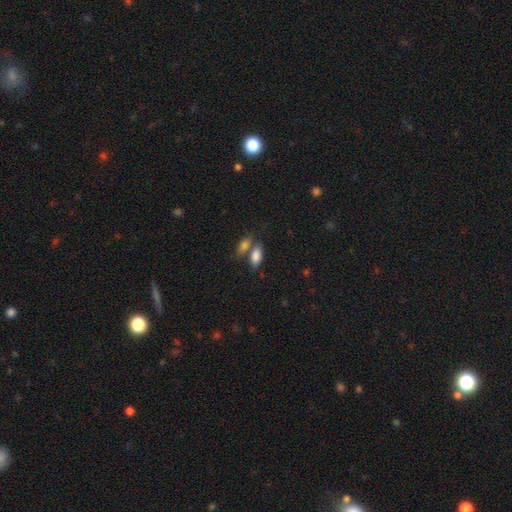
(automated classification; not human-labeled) smooth-or-featured: smooth: 86% | star or artifact: 7% | featured or disk: 7%
  how-rounded: in between: 89% | cigar-shaped: 8% | round: 4%
  merging: none: 44% | merger: 40% | minor disturbance: 11% | major disturbance: 4%